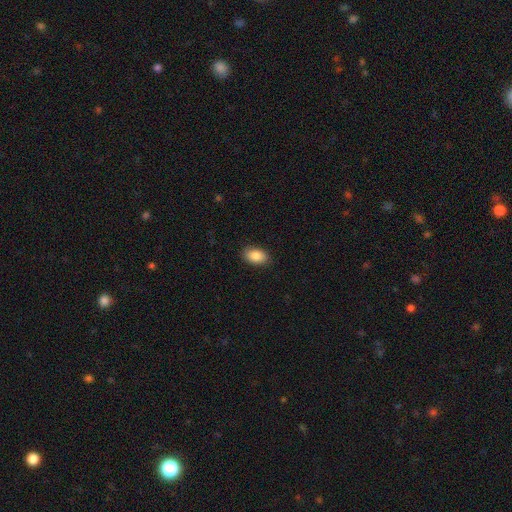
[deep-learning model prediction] Q: Smooth or featured?
A: smooth (87%); runner-up: star or artifact (7%)
Q: How rounded?
A: in between (92%); runner-up: round (6%)
Q: Merging?
A: none (88%); runner-up: minor disturbance (9%)